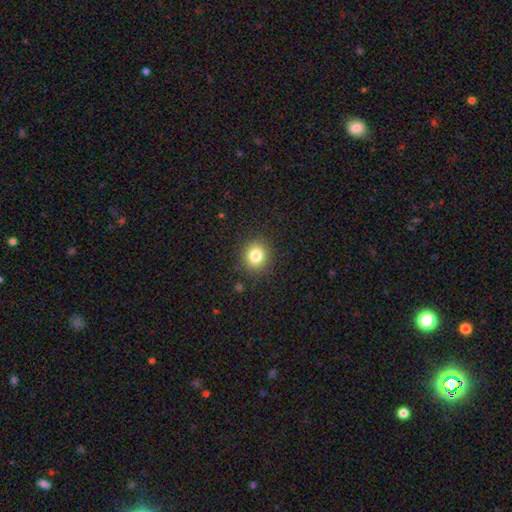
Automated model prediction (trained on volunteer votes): This is clearly a smooth galaxy (81%). How rounded: clearly round (81%). Merging: clearly none (88%).